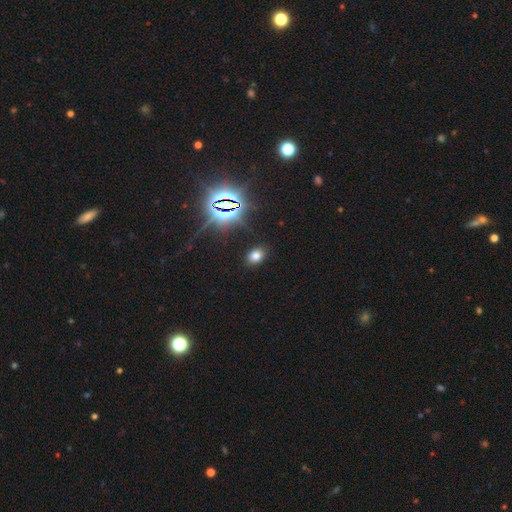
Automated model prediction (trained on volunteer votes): smooth_or_featured: smooth (p=0.67) [alt: star or artifact p=0.26]
how_rounded: in between (p=0.74) [alt: round p=0.25]
merging: none (p=0.87) [alt: minor disturbance p=0.09]